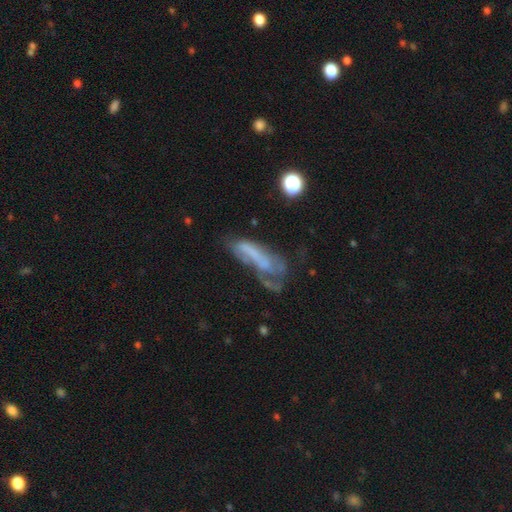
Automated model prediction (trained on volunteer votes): Overall: featured or disk (52%; smooth 34%). Edge-on disk: no (80%). Merging: major disturbance (39%; none 28%).